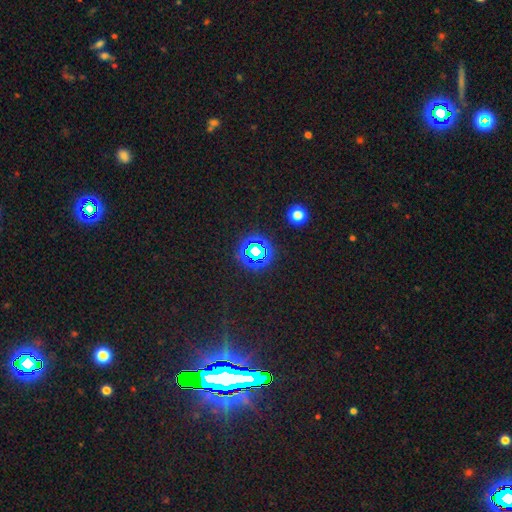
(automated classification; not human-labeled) The model was most divided on "smooth or featured": star or artifact: 74%, smooth: 17%, featured or disk: 10%.